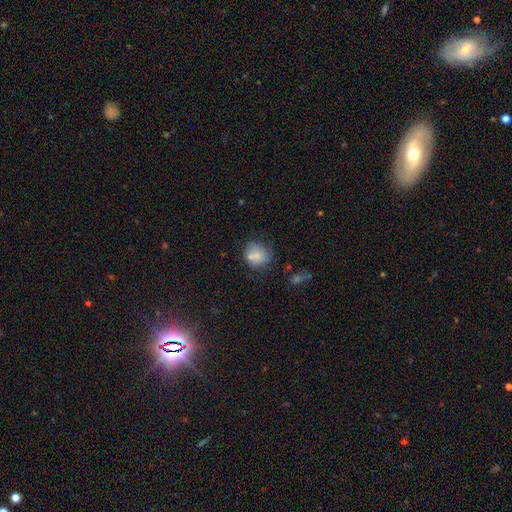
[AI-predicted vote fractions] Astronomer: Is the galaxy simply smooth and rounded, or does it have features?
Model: smooth — 73%.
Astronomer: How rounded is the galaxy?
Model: round — 71%.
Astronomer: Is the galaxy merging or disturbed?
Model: none — 53%.